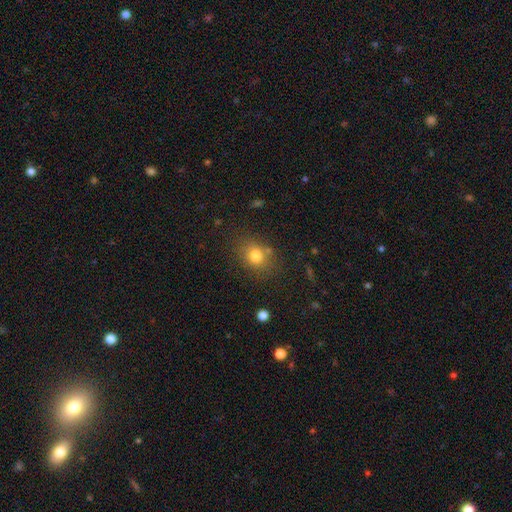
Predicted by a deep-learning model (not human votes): Smooth or featured?
  - smooth: 78% *
  - star or artifact: 13%
  - featured or disk: 9%
How rounded?
  - round: 63% *
  - in between: 36%
  - cigar-shaped: 1%
Merging?
  - none: 76% *
  - minor disturbance: 14%
  - merger: 6%
  - major disturbance: 5%